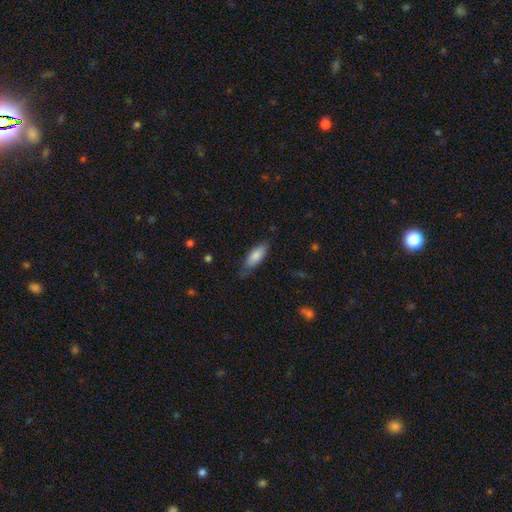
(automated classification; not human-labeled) Smooth or featured: smooth — 81% (featured or disk — 13%)
How rounded: in between — 70% (cigar-shaped — 29%)
Merging: none — 67% (minor disturbance — 26%)